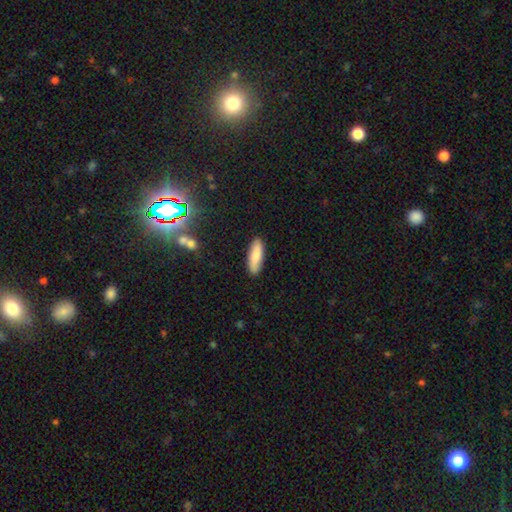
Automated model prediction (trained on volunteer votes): smooth 78%, featured or disk 16%, star or artifact 6%. Down the decision tree: how rounded — in between (51%); merging — none (88%).